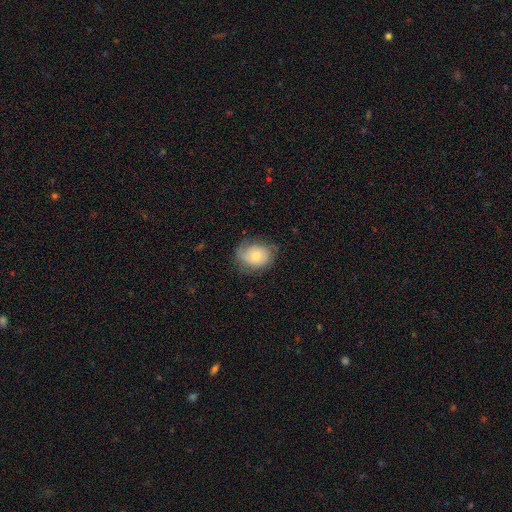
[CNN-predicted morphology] A smooth galaxy with no disk features (54%) that is in between round and cigar-shaped (51%).

Vote fractions:
- Smooth or featured? smooth: 54% / featured or disk: 39% / star or artifact: 8%
- How rounded? in between: 51% / round: 48% / cigar-shaped: 1%
- Merging? none: 62% / minor disturbance: 26% / major disturbance: 10% / merger: 1%